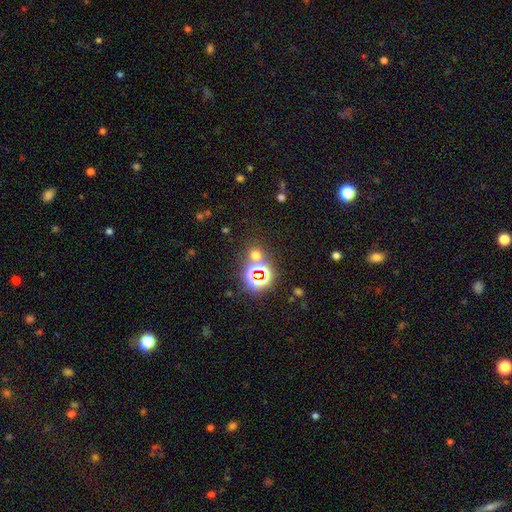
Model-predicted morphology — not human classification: smooth-or-featured: smooth: 47% | star or artifact: 46% | featured or disk: 7%
  merging: none: 71% | merger: 17% | minor disturbance: 8% | major disturbance: 4%